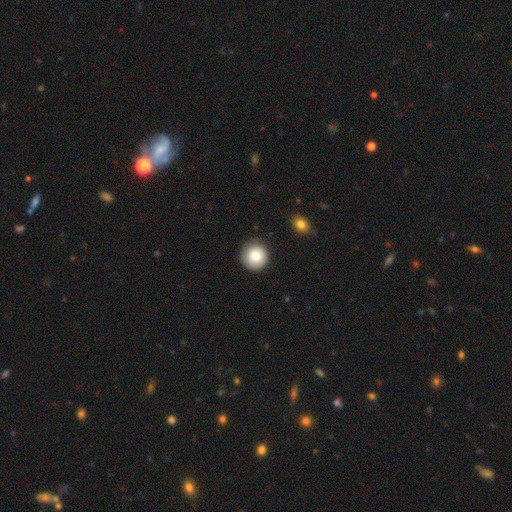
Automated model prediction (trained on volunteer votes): Smooth or featured? smooth (82%)
How rounded? round (95%)
Merging? none (86%)